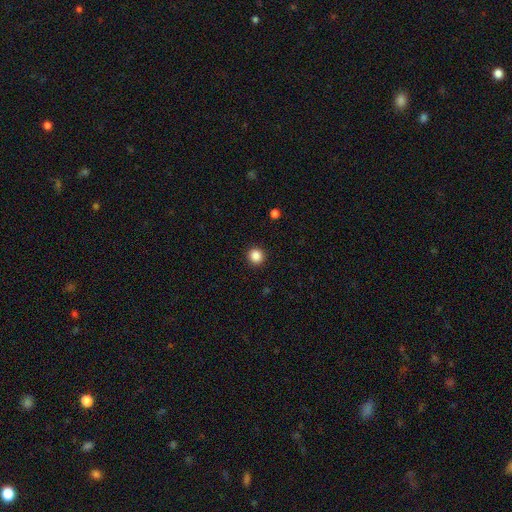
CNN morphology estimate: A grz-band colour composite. It shows a smooth galaxy with no disk features (86%) that is round (94%). Merging: none (93%).